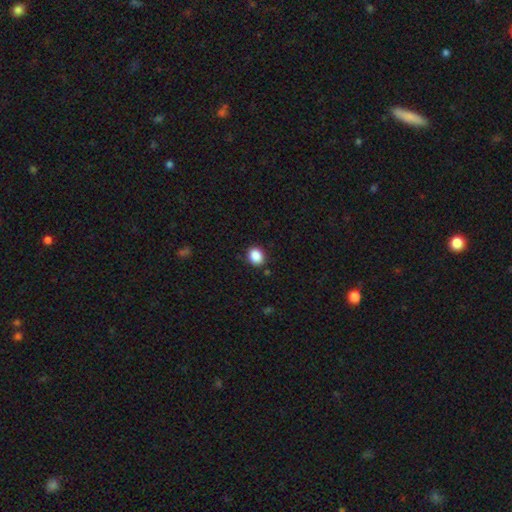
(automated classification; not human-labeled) Smooth or featured? smooth (88%)
How rounded? round (54%)
Merging? none (87%)